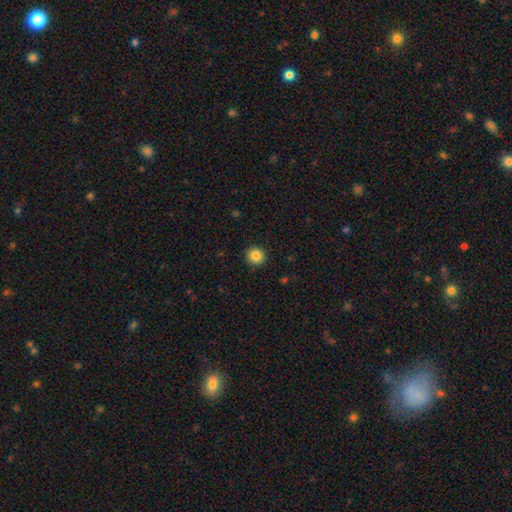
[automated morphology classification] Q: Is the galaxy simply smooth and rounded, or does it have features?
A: smooth — 84%.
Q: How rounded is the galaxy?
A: round — 93%.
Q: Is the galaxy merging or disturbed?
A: none — 92%.